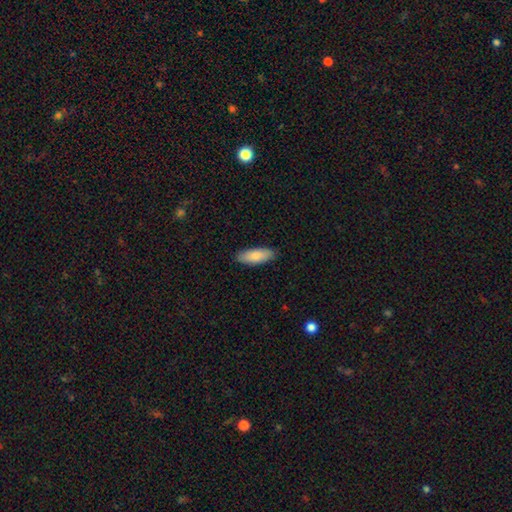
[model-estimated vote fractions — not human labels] smooth_or_featured: smooth (p=0.85) [alt: featured or disk p=0.09]
how_rounded: in between (p=0.72) [alt: cigar-shaped p=0.26]
merging: none (p=0.88) [alt: minor disturbance p=0.09]